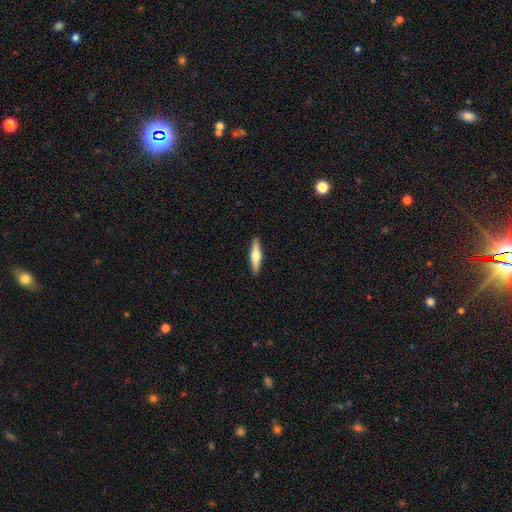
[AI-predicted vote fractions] Smooth or featured: featured or disk — 49% (smooth — 45%)
Merging: none — 91% (minor disturbance — 6%)